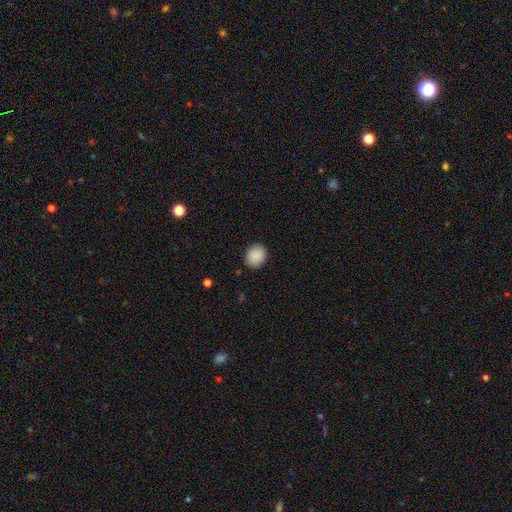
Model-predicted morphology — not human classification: This appears to be a smooth galaxy with no disk features (90%) that is round (60%). Merging: none (89%).